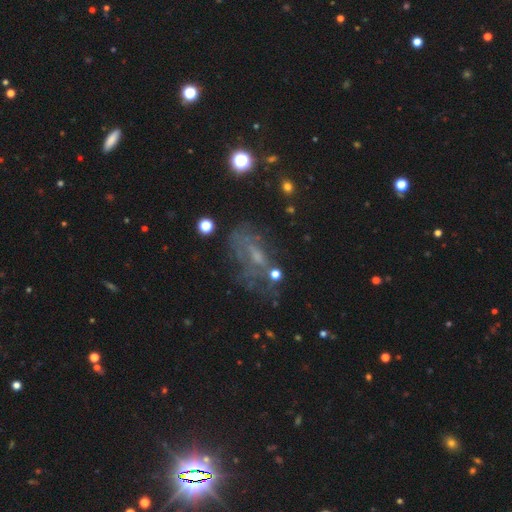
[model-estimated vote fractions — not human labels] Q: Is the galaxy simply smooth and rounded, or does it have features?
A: featured or disk — 50%.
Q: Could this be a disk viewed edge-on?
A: no — 89%.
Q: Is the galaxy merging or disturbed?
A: none — 46%.